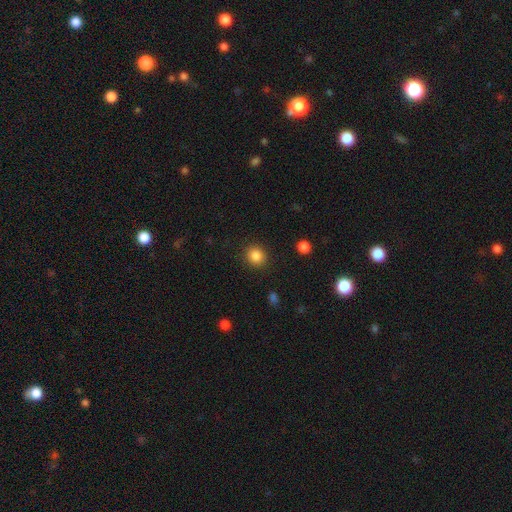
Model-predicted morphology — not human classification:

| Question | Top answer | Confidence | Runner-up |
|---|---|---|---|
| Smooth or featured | smooth | 86% | star or artifact (10%) |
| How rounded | round | 83% | in between (16%) |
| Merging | none | 90% | minor disturbance (7%) |